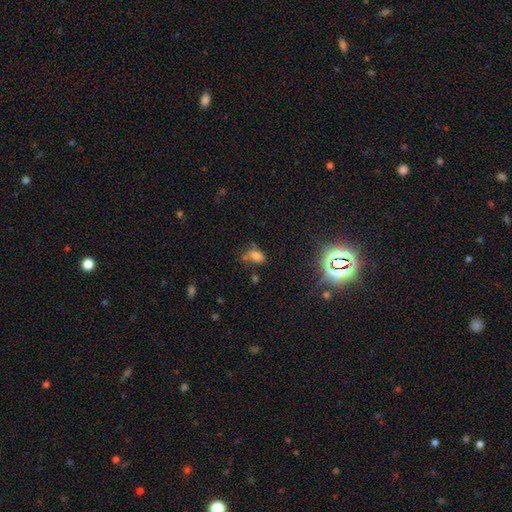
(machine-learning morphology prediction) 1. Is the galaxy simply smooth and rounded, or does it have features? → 69% smooth, 20% star or artifact, 11% featured or disk.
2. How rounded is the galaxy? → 86% in between, 11% round, 3% cigar-shaped.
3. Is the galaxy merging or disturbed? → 44% none, 26% minor disturbance, 16% major disturbance, 14% merger.